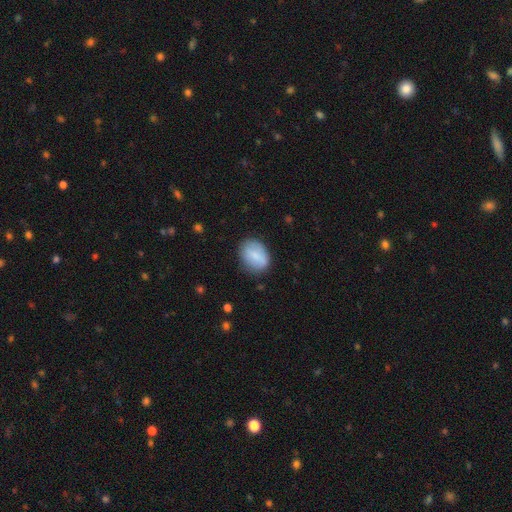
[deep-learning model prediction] This appears to be a smooth galaxy with no disk features (76%) that is in between round and cigar-shaped (71%). Merging: none (76%).